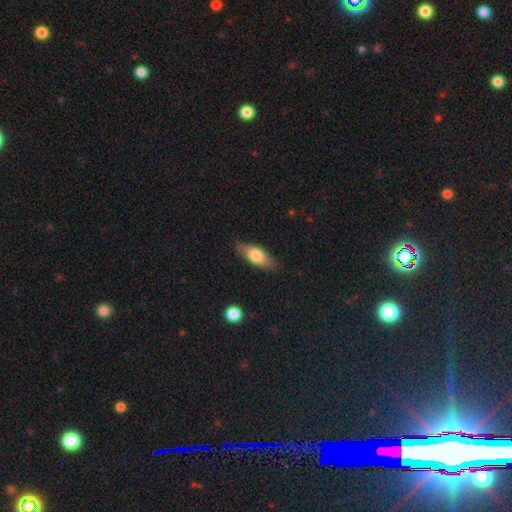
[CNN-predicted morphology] Smooth or featured: smooth — 68% (featured or disk — 26%)
How rounded: in between — 75% (cigar-shaped — 22%)
Merging: none — 83% (minor disturbance — 13%)